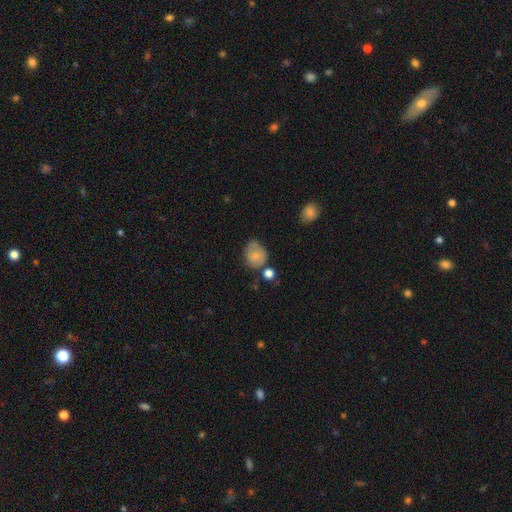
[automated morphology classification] The model was most divided on "merging": none: 49%, minor disturbance: 31%, major disturbance: 10%, merger: 10%. More confident: smooth or featured — smooth (70%); how rounded — round (65%).